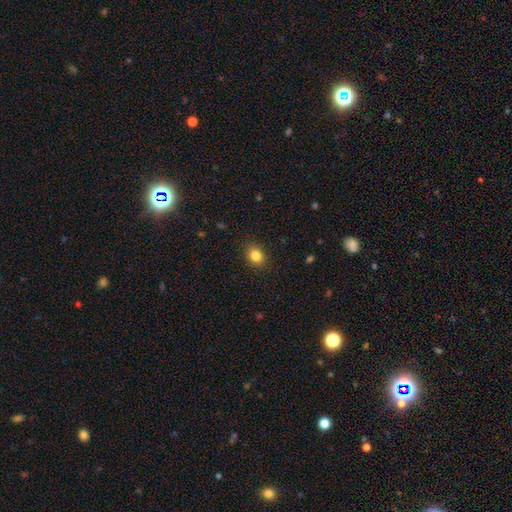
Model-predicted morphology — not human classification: This appears to be a smooth galaxy with no disk features (84%) that is in between round and cigar-shaped (52%). Merging: none (89%).